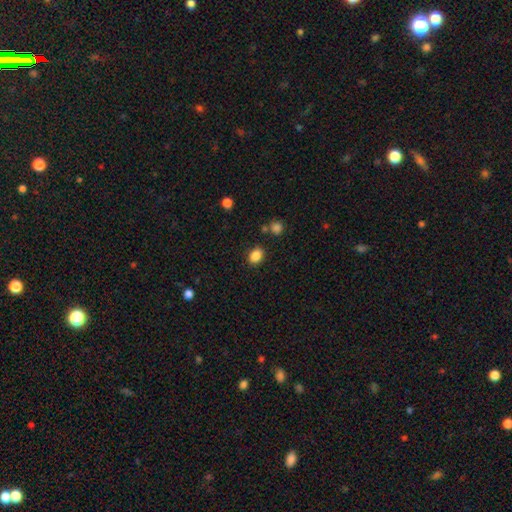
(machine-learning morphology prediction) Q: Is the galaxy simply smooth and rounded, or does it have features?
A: smooth — 86%.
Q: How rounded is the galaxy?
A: in between — 58%.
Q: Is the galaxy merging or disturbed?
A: none — 84%.